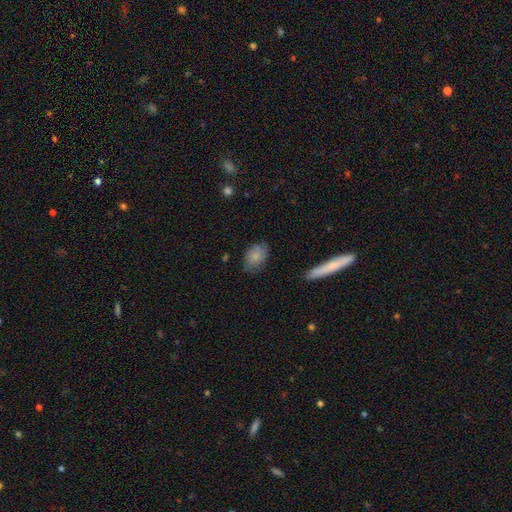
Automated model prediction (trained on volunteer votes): A smooth galaxy with no disk features (76%) that is in between round and cigar-shaped (79%). Merging: none (74%).